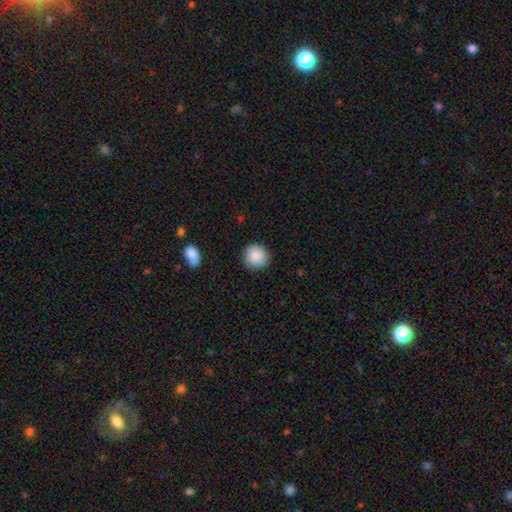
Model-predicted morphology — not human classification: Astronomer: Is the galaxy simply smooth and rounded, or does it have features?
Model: smooth — 87%.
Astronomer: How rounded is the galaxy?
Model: round — 93%.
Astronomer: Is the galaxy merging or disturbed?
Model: none — 88%.